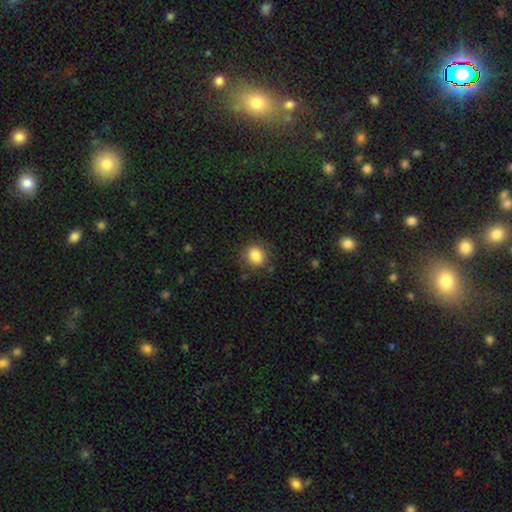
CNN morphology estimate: A smooth galaxy with no disk features (84%) that is round (81%).

Vote fractions:
- Smooth or featured? smooth: 84% / star or artifact: 10% / featured or disk: 5%
- How rounded? round: 81% / in between: 18% / cigar-shaped: 1%
- Merging? none: 84% / minor disturbance: 11% / major disturbance: 3% / merger: 2%